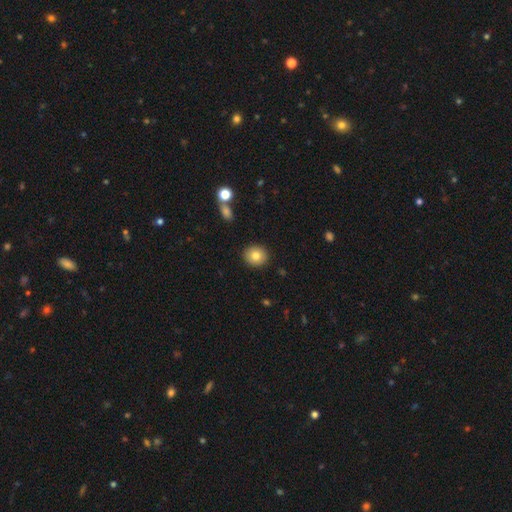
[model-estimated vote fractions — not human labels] A smooth galaxy with no disk features (82%) that is round (82%).

Vote fractions:
- Smooth or featured? smooth: 82% / featured or disk: 9% / star or artifact: 9%
- How rounded? round: 82% / in between: 17% / cigar-shaped: 1%
- Merging? none: 91% / minor disturbance: 6% / major disturbance: 2% / merger: 2%